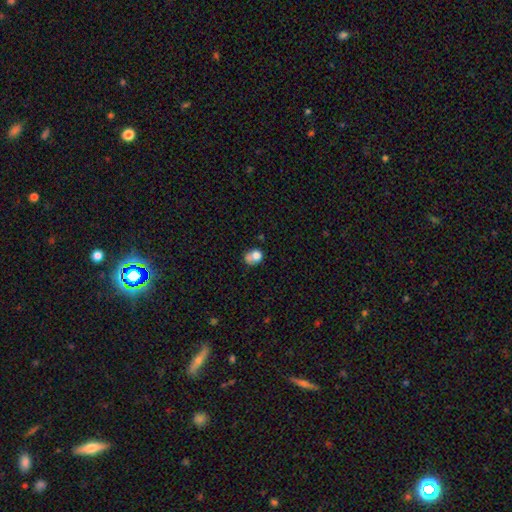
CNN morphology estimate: Smooth or featured? smooth (74%)
How rounded? round (53%)
Merging? none (36%)